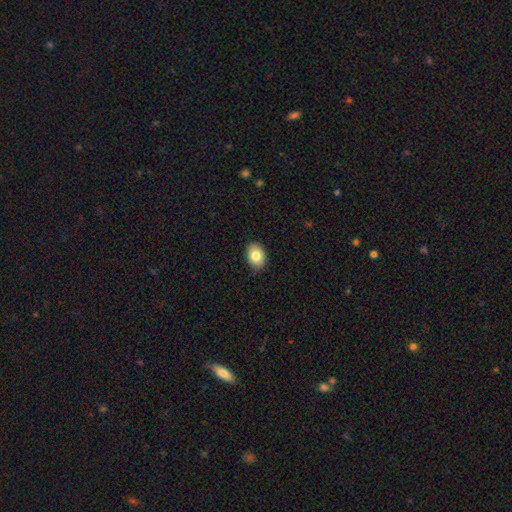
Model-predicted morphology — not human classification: A smooth galaxy with no disk features (83%) that is in between round and cigar-shaped (78%). Merging: none (88%).